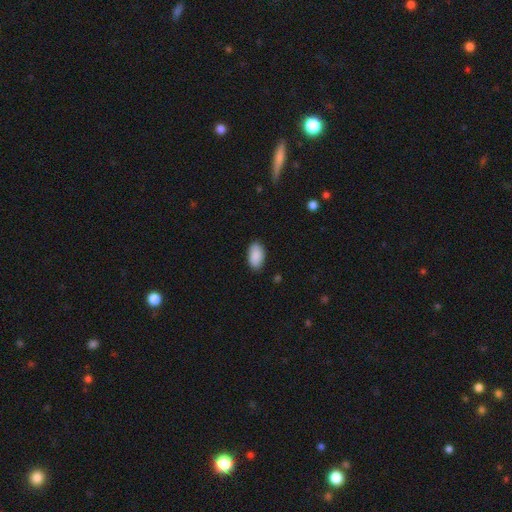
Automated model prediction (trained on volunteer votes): This is clearly a smooth galaxy (90%). How rounded: clearly in between (95%). Merging: clearly none (85%).